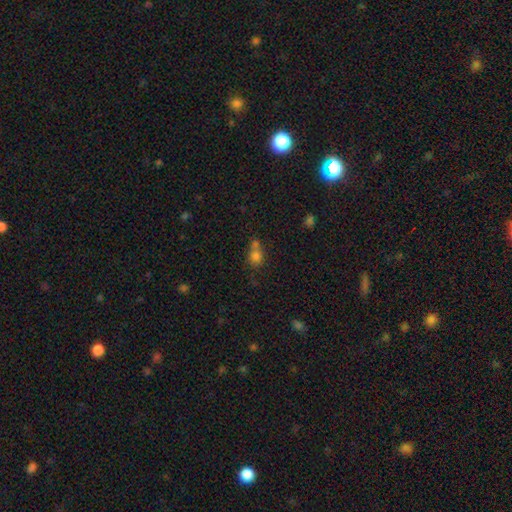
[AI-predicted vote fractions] Smooth or featured?
  - smooth: 76% *
  - star or artifact: 14%
  - featured or disk: 10%
How rounded?
  - round: 63% *
  - in between: 35%
  - cigar-shaped: 2%
Merging?
  - merger: 48% *
  - none: 36%
  - minor disturbance: 11%
  - major disturbance: 5%